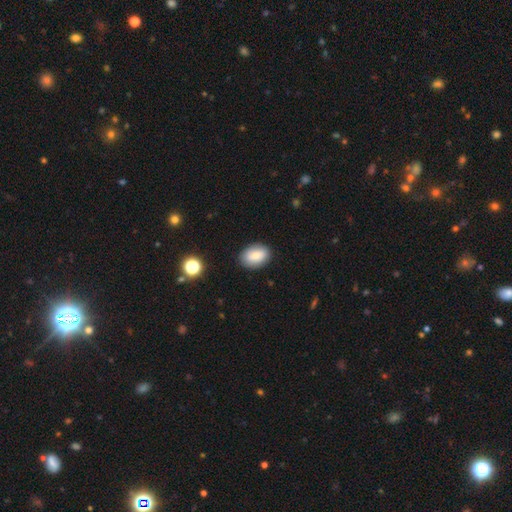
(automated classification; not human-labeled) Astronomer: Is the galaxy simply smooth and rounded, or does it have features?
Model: smooth — 81%.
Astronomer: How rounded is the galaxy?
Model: in between — 83%.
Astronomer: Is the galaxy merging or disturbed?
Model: none — 86%.